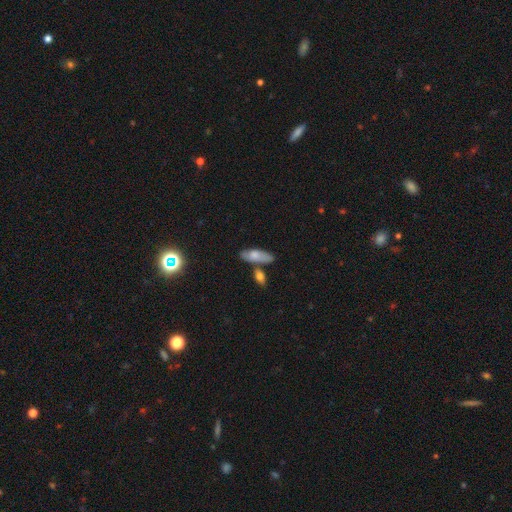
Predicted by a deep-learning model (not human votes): This appears to be a smooth galaxy with no disk features (69%) that is in between round and cigar-shaped (68%). Merging: none (61%).